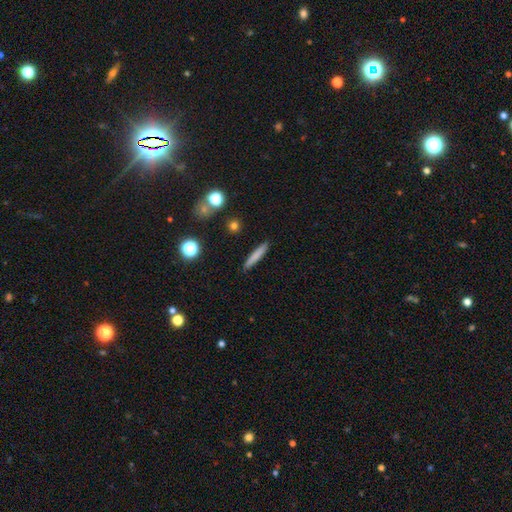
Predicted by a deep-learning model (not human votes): The model was most divided on "smooth or featured": smooth: 77%, featured or disk: 15%, star or artifact: 8%. More confident: how rounded — cigar-shaped (92%); merging — none (90%).